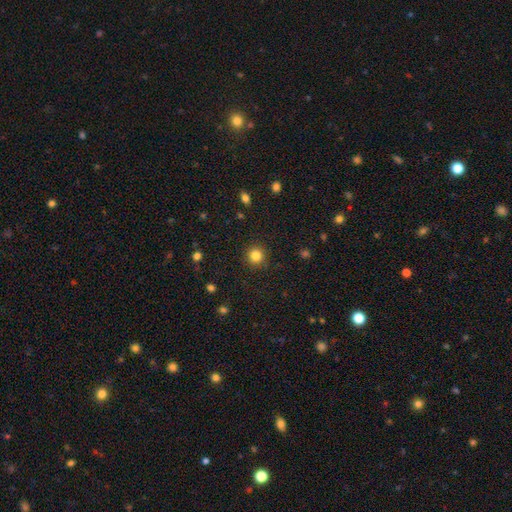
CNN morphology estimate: smooth-or-featured: smooth: 84% | star or artifact: 11% | featured or disk: 5%
  how-rounded: round: 94% | in between: 5% | cigar-shaped: 1%
  merging: none: 91% | minor disturbance: 6% | major disturbance: 2% | merger: 1%